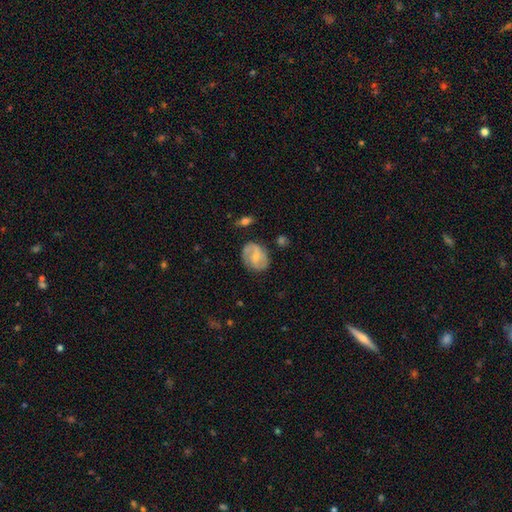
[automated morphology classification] Smooth or featured?
  - featured or disk: 63% *
  - smooth: 31%
  - star or artifact: 6%
Edge-on disk?
  - no: 97% *
  - yes: 3%
Bar?
  - weak: 48% *
  - no: 36%
  - strong: 16%
Spiral arms?
  - yes: 85% *
  - no: 15%
Spiral winding?
  - medium: 46% *
  - loose: 28%
  - tight: 27%
Spiral arm count?
  - 2: 80% *
  - can't tell: 11%
  - 1: 4%
  - 3: 2%
  - 4: 1%
  - more than 4: 1%
Bulge size?
  - small: 55% *
  - moderate: 36%
  - none: 7%
  - large: 2%
  - dominant: 1%
Merging?
  - none: 71% *
  - minor disturbance: 20%
  - major disturbance: 7%
  - merger: 3%